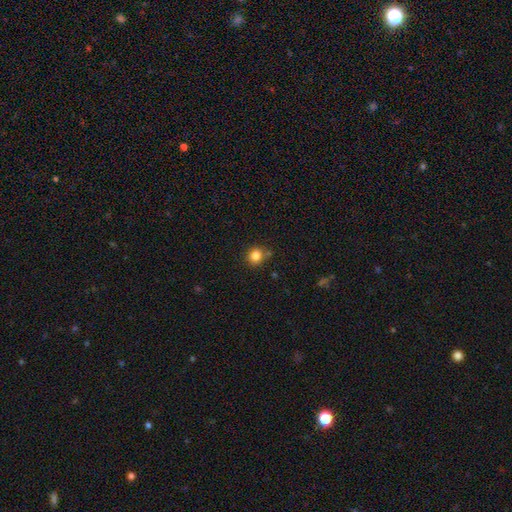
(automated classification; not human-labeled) smooth_or_featured: smooth (p=0.84) [alt: star or artifact p=0.11]
how_rounded: round (p=0.85) [alt: in between p=0.14]
merging: none (p=0.78) [alt: minor disturbance p=0.12]